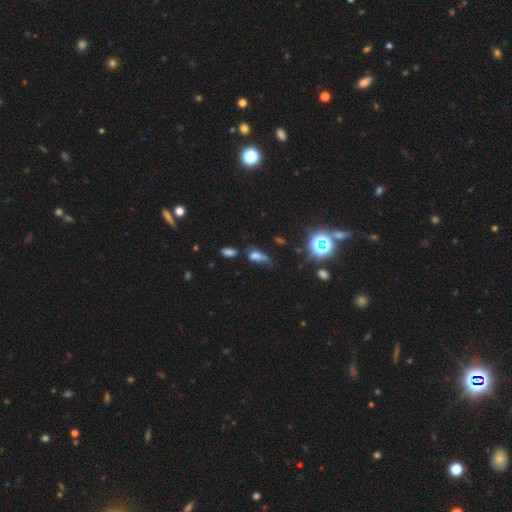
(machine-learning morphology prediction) Smooth or featured?
  - smooth: 54% *
  - star or artifact: 23%
  - featured or disk: 23%
How rounded?
  - in between: 71% *
  - cigar-shaped: 17%
  - round: 11%
Merging?
  - major disturbance: 31% *
  - none: 26%
  - minor disturbance: 24%
  - merger: 19%